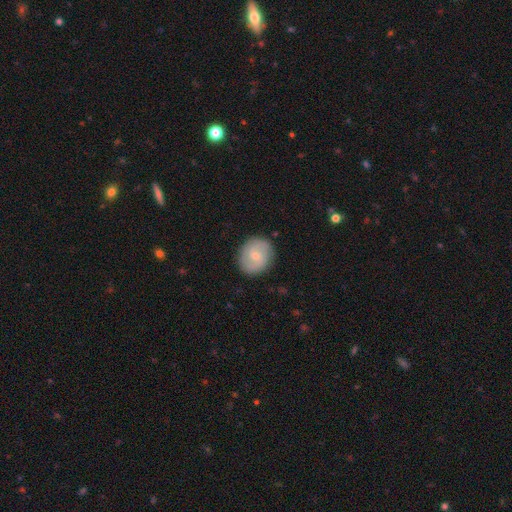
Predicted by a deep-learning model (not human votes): Overall: featured or disk (55%; smooth 39%). Edge-on disk: no (97%). Bar: no (51%; weak 42%). Spiral arms: yes (85%). Bulge size: small (63%; moderate 32%). Merging: none (86%).